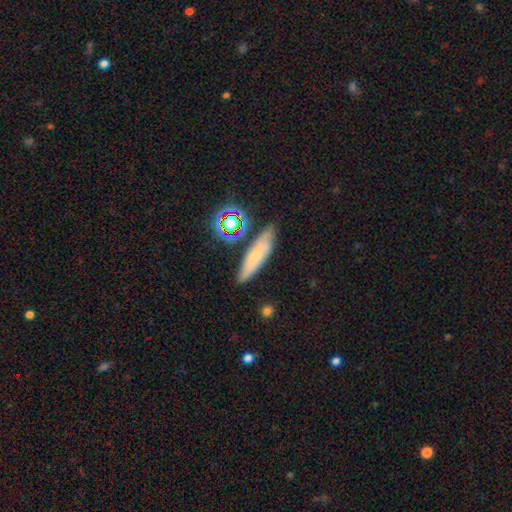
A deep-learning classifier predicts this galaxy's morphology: A smooth galaxy with no disk features (58%) that is cigar-shaped (61%). Merging: none (76%).